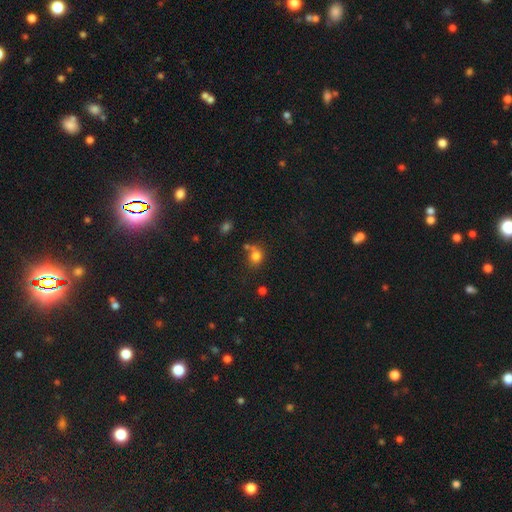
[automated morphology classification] A smooth galaxy with no disk features (79%) that is round (70%).

Vote fractions:
- Smooth or featured? smooth: 79% / star or artifact: 13% / featured or disk: 8%
- How rounded? round: 70% / in between: 29% / cigar-shaped: 1%
- Merging? none: 56% / merger: 23% / minor disturbance: 15% / major disturbance: 6%